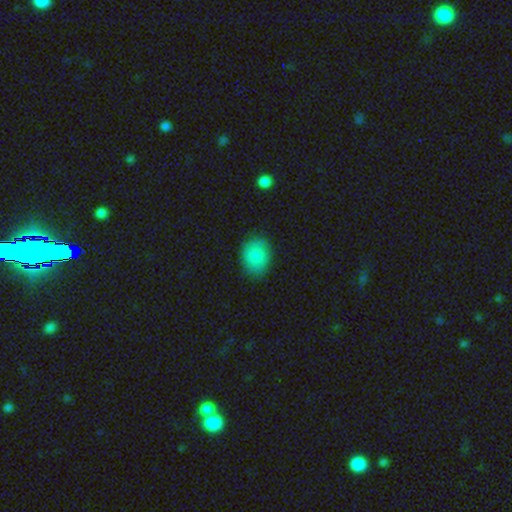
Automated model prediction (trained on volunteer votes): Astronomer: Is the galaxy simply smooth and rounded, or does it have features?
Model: smooth — 86%.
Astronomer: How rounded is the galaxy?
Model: in between — 55% (runner-up: round, 44%).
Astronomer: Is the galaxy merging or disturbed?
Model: none — 79%.